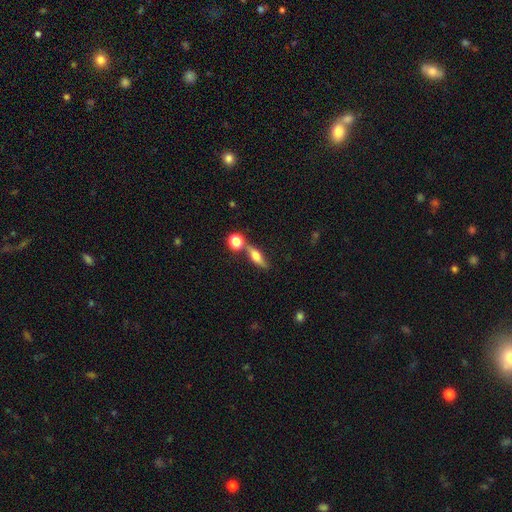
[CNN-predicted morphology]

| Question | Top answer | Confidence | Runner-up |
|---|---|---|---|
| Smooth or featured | smooth | 50% | featured or disk (39%) |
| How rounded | cigar-shaped | 47% | in between (43%) |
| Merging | none | 60% | merger (22%) |